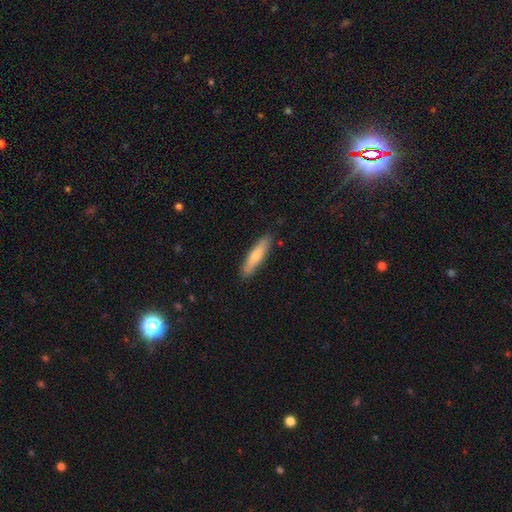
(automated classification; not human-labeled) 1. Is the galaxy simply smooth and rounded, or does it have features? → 69% smooth, 25% featured or disk, 5% star or artifact.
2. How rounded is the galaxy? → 80% cigar-shaped, 18% in between, 2% round.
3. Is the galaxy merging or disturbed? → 87% none, 10% minor disturbance, 2% major disturbance, 1% merger.